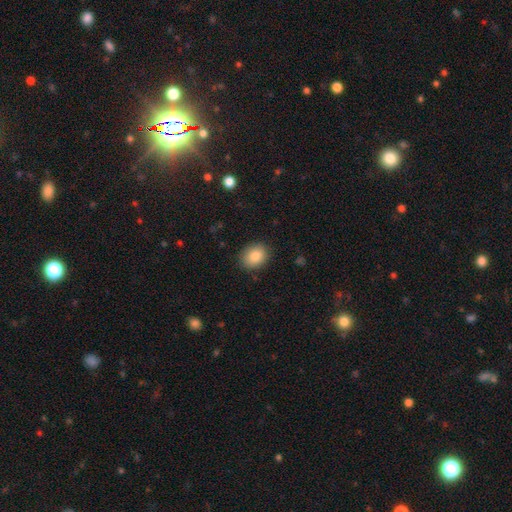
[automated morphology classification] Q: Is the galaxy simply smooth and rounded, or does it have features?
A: smooth — 86%.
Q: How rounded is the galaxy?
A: in between — 52%.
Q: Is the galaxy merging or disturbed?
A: none — 87%.